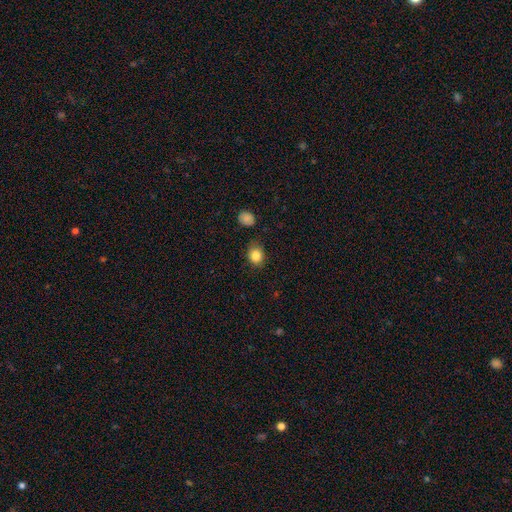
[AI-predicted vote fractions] A smooth galaxy with no disk features (85%) that is round (61%). Merging: none (76%).